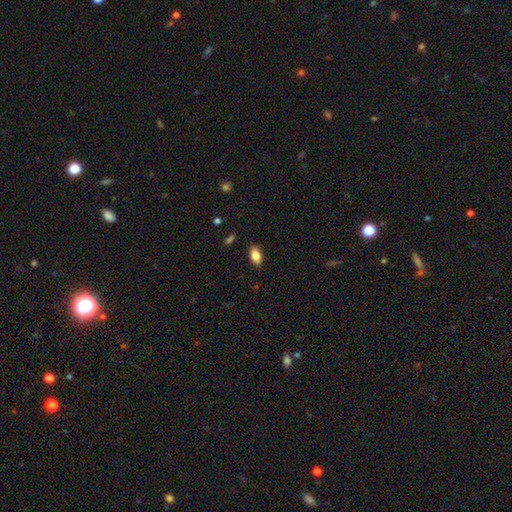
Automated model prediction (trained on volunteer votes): smooth-or-featured: smooth: 83% | featured or disk: 10% | star or artifact: 8%
  how-rounded: in between: 91% | cigar-shaped: 5% | round: 5%
  merging: none: 87% | minor disturbance: 9% | major disturbance: 2% | merger: 1%